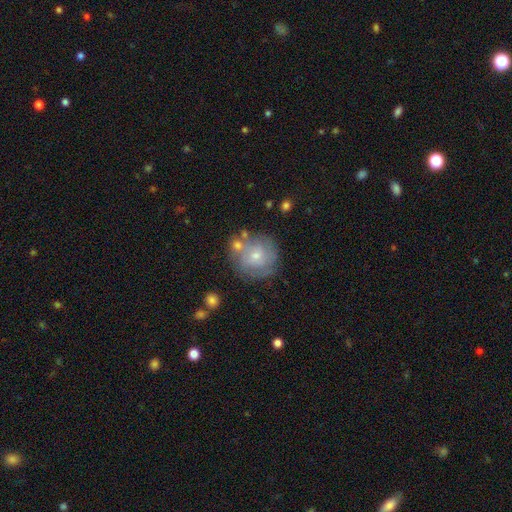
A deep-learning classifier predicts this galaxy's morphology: A featured or disk galaxy (47%).

Vote fractions:
- Smooth or featured? featured or disk: 47% / smooth: 43% / star or artifact: 10%
- Merging? none: 65% / minor disturbance: 17% / merger: 12% / major disturbance: 6%